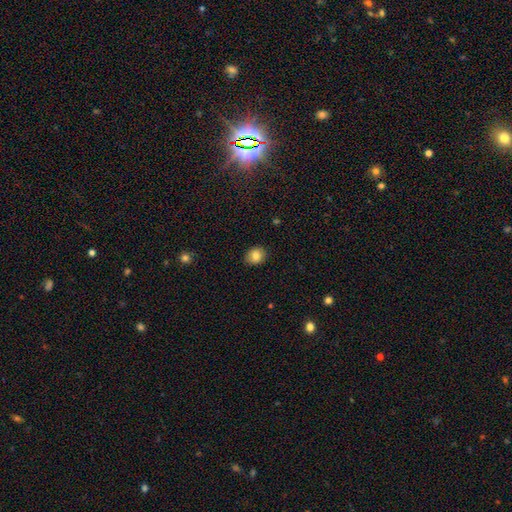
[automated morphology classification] This is clearly a smooth galaxy (83%). How rounded: possibly round (53%). Merging: clearly none (88%).